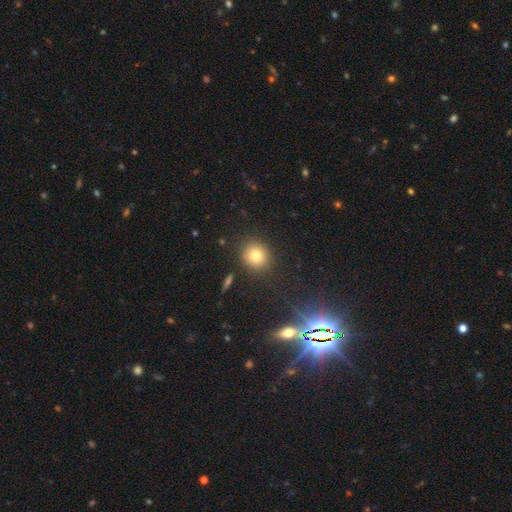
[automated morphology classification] smooth-or-featured: smooth: 77% | star or artifact: 14% | featured or disk: 9%
  how-rounded: round: 84% | in between: 14% | cigar-shaped: 1%
  merging: none: 87% | minor disturbance: 8% | major disturbance: 3% | merger: 2%